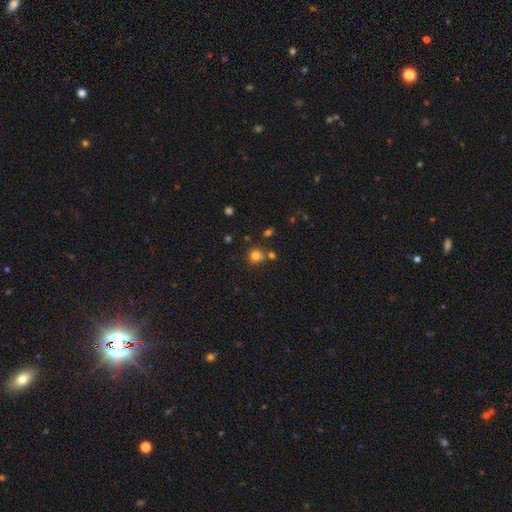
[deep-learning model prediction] Overall: smooth (78%). How rounded: round (88%). Merging: none (69%).